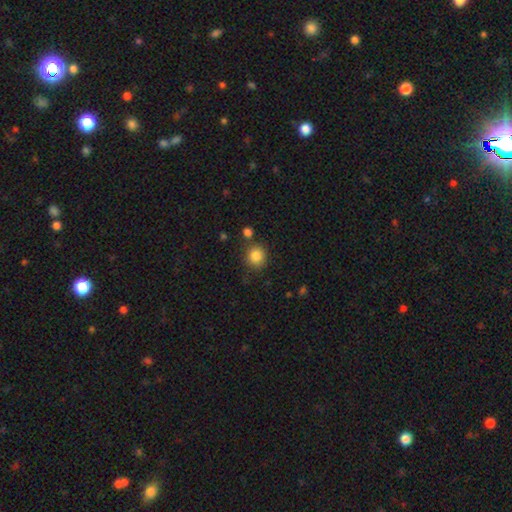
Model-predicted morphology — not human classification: This appears to be a smooth galaxy with no disk features (86%) that is round (87%). Merging: none (80%).